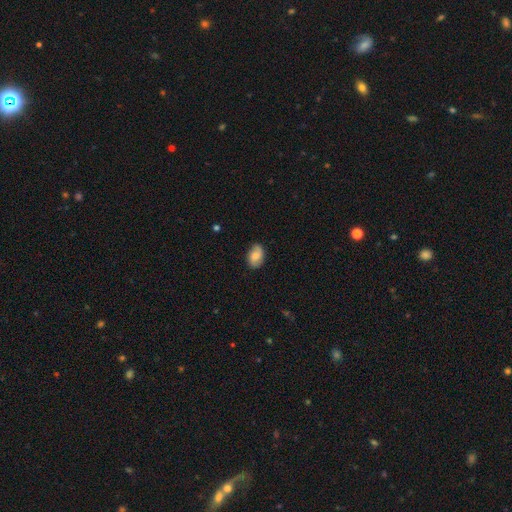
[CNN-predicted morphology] smooth_or_featured: smooth (p=0.68) [alt: featured or disk p=0.23]
how_rounded: in between (p=0.84) [alt: round p=0.14]
merging: none (p=0.76) [alt: minor disturbance p=0.19]